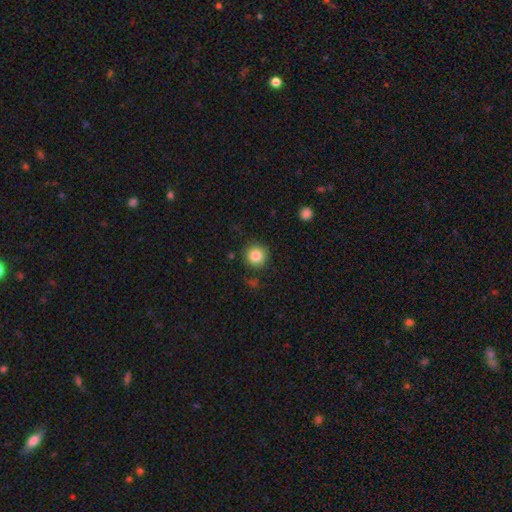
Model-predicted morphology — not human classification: smooth_or_featured: smooth (p=0.84) [alt: star or artifact p=0.10]
how_rounded: round (p=0.95) [alt: in between p=0.05]
merging: none (p=0.88) [alt: minor disturbance p=0.08]